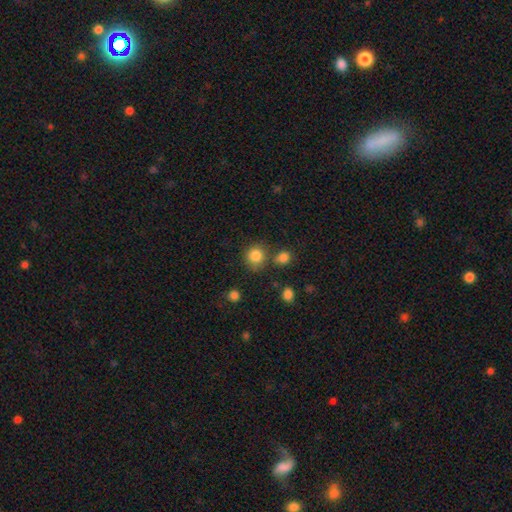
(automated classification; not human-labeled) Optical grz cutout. It shows a smooth galaxy with no disk features (84%) that is round (84%). Merging: none (70%).